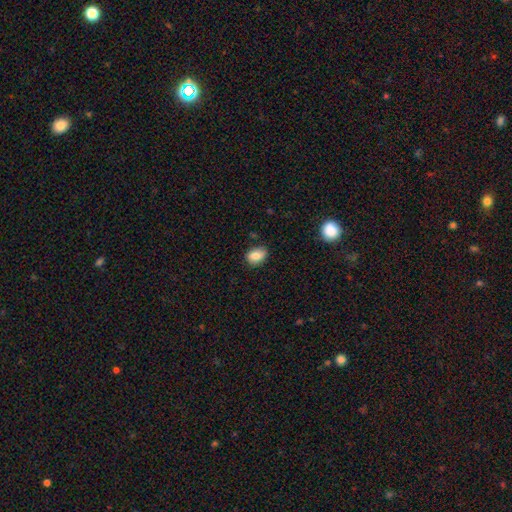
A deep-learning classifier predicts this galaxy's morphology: This appears to be a smooth galaxy with no disk features (83%) that is in between round and cigar-shaped (76%). Merging: none (79%).